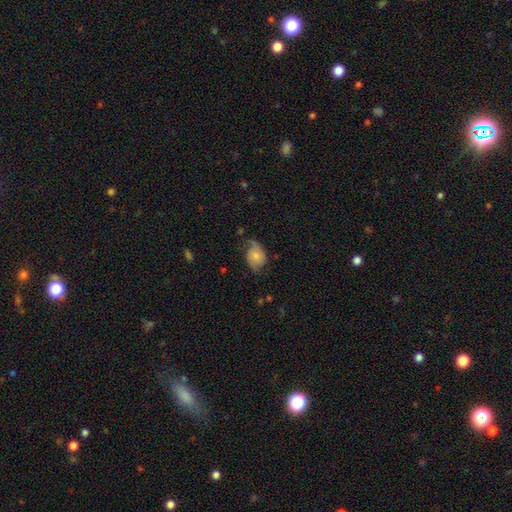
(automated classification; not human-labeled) Q: Smooth or featured?
A: featured or disk (51%); runner-up: smooth (41%)
Q: Edge-on disk?
A: no (96%); runner-up: yes (4%)
Q: Merging?
A: none (54%); runner-up: minor disturbance (31%)